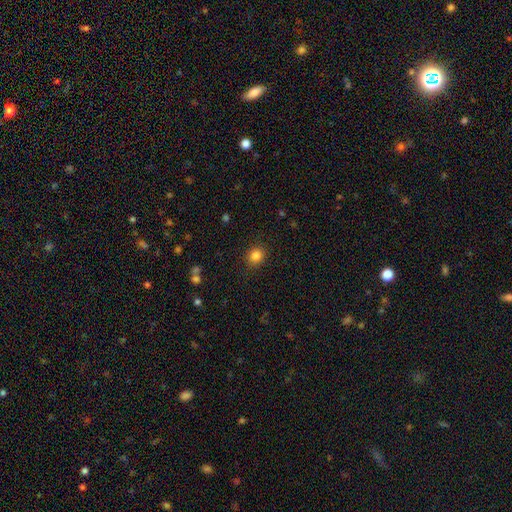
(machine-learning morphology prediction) smooth 84%, star or artifact 11%, featured or disk 5%. Down the decision tree: how rounded — round (75%); merging — none (89%).